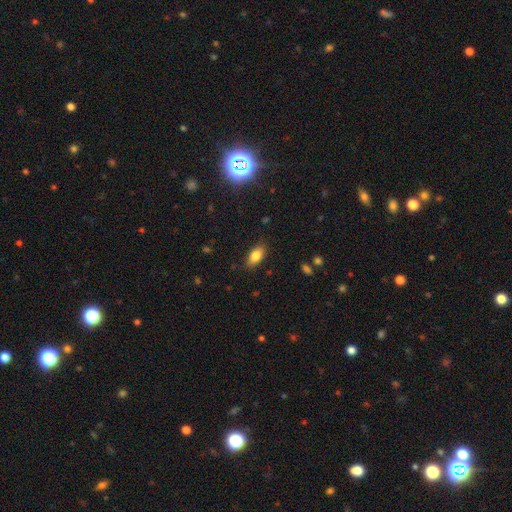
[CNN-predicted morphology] smooth-or-featured: smooth: 82% | featured or disk: 10% | star or artifact: 8%
  how-rounded: in between: 88% | cigar-shaped: 8% | round: 5%
  merging: none: 84% | minor disturbance: 12% | major disturbance: 3% | merger: 1%